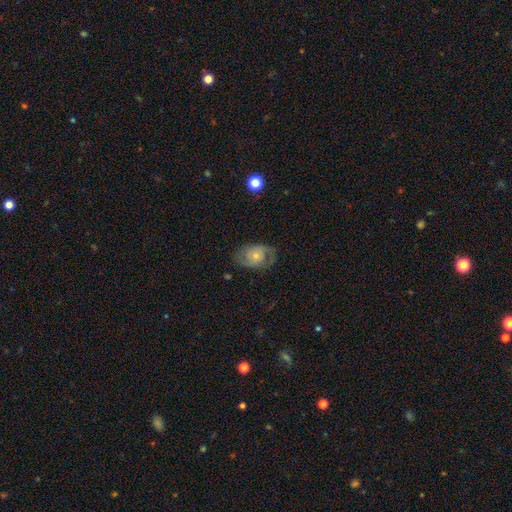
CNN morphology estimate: Q: Smooth or featured?
A: featured or disk (61%); runner-up: smooth (32%)
Q: Edge-on disk?
A: no (96%); runner-up: yes (4%)
Q: Bar?
A: no (77%); runner-up: weak (19%)
Q: Spiral arms?
A: yes (80%); runner-up: no (20%)
Q: Bulge size?
A: small (59%); runner-up: moderate (33%)
Q: Merging?
A: none (66%); runner-up: minor disturbance (20%)